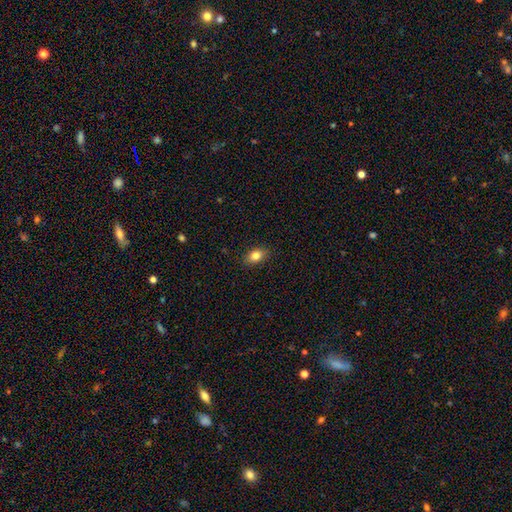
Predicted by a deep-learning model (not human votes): A smooth galaxy with no disk features (82%) that is in between round and cigar-shaped (83%).

Vote fractions:
- Smooth or featured? smooth: 82% / star or artifact: 9% / featured or disk: 9%
- How rounded? in between: 83% / round: 14% / cigar-shaped: 2%
- Merging? none: 88% / minor disturbance: 9% / major disturbance: 2% / merger: 1%